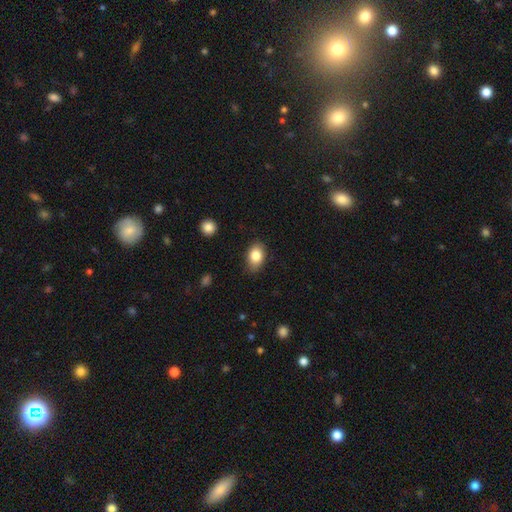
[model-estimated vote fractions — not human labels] This is clearly a smooth galaxy (83%). How rounded: clearly in between (82%). Merging: clearly none (82%).